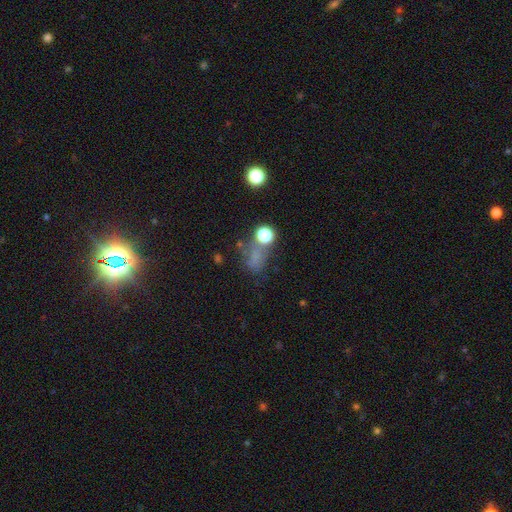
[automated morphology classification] This is possibly a smooth galaxy (53%). How rounded: possibly round (50%). Merging: marginally none (44%).